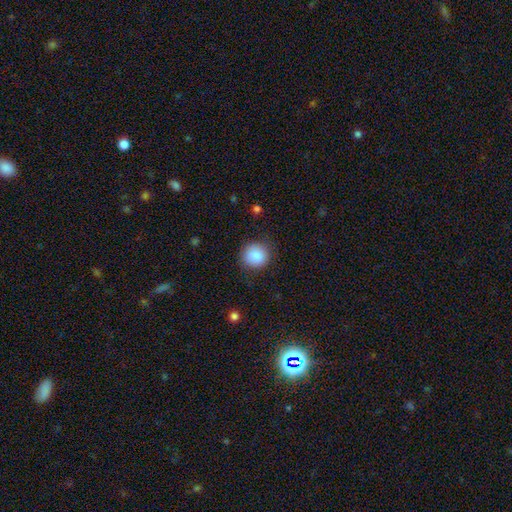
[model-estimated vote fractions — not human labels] Smooth or featured?
  - smooth: 87% *
  - star or artifact: 9%
  - featured or disk: 4%
How rounded?
  - round: 90% *
  - in between: 9%
  - cigar-shaped: 1%
Merging?
  - none: 84% *
  - minor disturbance: 11%
  - major disturbance: 4%
  - merger: 1%